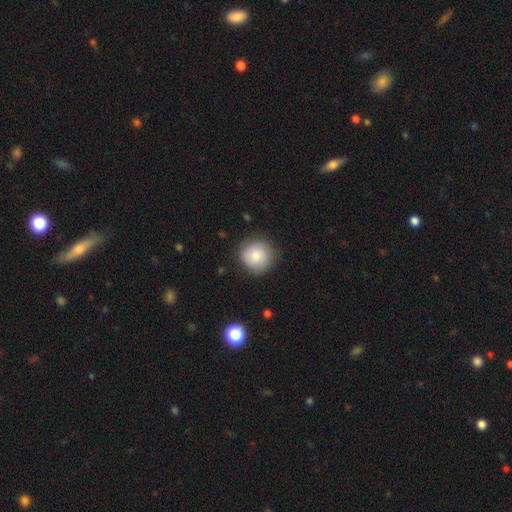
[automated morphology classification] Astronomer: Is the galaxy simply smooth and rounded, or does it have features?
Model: smooth — 80%.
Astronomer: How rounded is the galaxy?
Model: round — 93%.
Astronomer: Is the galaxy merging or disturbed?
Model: none — 85%.